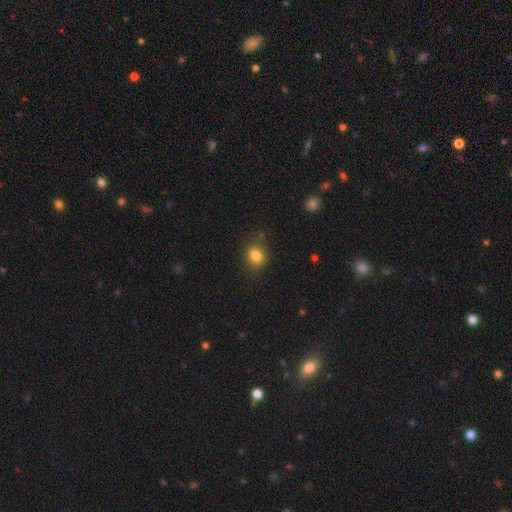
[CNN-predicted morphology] smooth_or_featured: smooth (p=0.82) [alt: star or artifact p=0.11]
how_rounded: round (p=0.60) [alt: in between p=0.39]
merging: none (p=0.77) [alt: minor disturbance p=0.17]